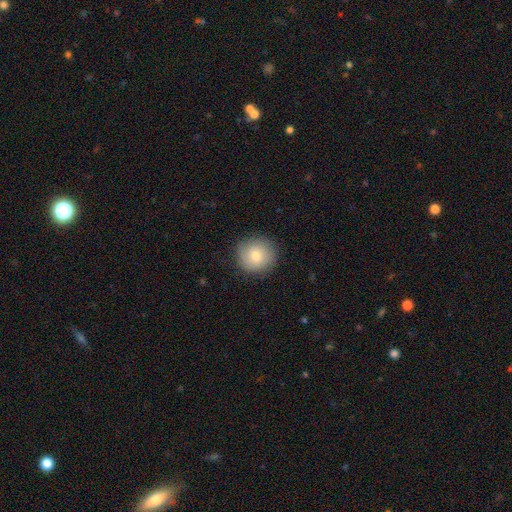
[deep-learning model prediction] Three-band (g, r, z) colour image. It shows a smooth galaxy with no disk features (77%) that is round (92%). Merging: none (87%).